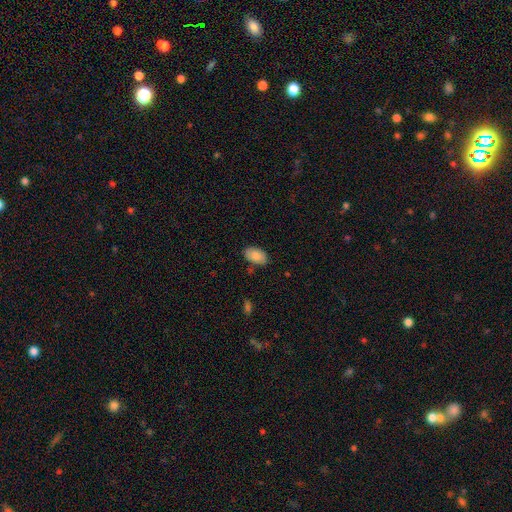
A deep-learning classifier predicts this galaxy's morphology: Smooth or featured?
  - smooth: 85% *
  - featured or disk: 9%
  - star or artifact: 7%
How rounded?
  - in between: 94% *
  - round: 5%
  - cigar-shaped: 1%
Merging?
  - none: 82% *
  - minor disturbance: 13%
  - merger: 3%
  - major disturbance: 3%